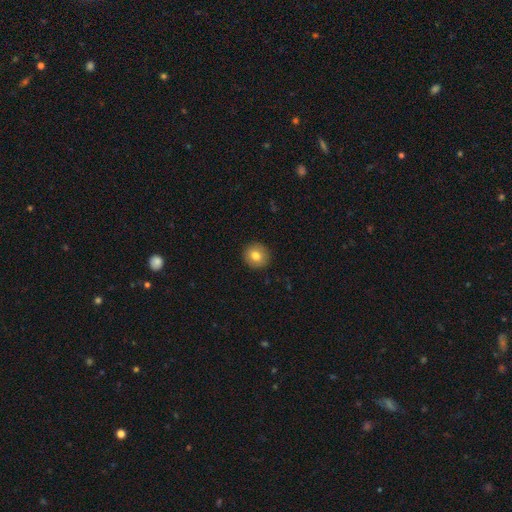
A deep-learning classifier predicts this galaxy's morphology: The model was most divided on "smooth or featured": smooth: 79%, featured or disk: 12%, star or artifact: 9%. More confident: how rounded — round (93%); merging — none (92%).